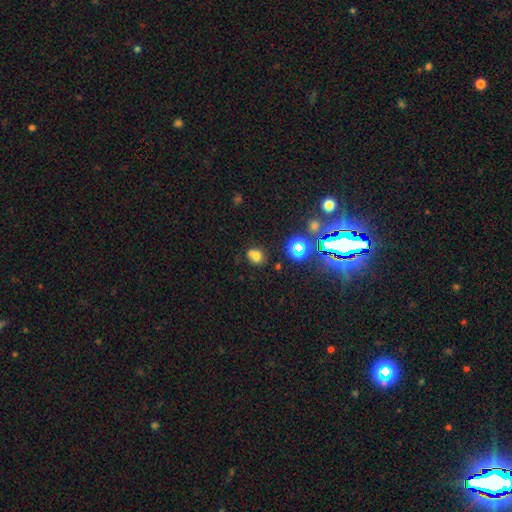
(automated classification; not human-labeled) smooth_or_featured: smooth (p=0.69) [alt: star or artifact p=0.20]
how_rounded: round (p=0.61) [alt: in between p=0.37]
merging: none (p=0.57) [alt: merger p=0.20]